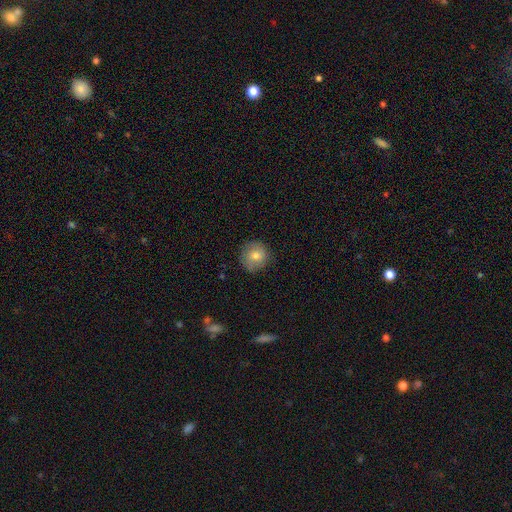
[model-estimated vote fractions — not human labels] This appears to be a smooth galaxy with no disk features (73%) that is round (90%). Merging: none (81%).